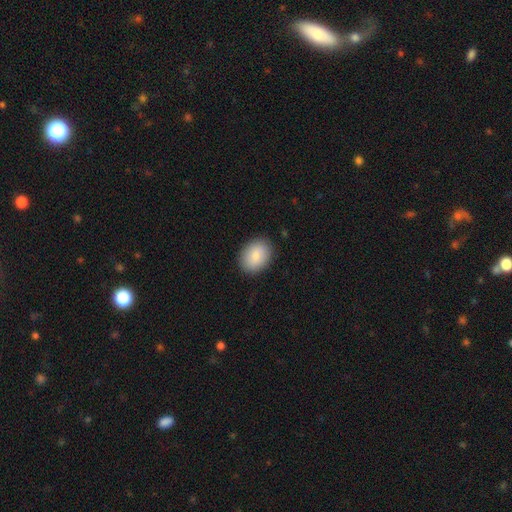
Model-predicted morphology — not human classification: Smooth or featured?
  - smooth: 85% *
  - featured or disk: 8%
  - star or artifact: 7%
How rounded?
  - in between: 70% *
  - round: 29%
  - cigar-shaped: 1%
Merging?
  - none: 88% *
  - minor disturbance: 8%
  - major disturbance: 2%
  - merger: 1%